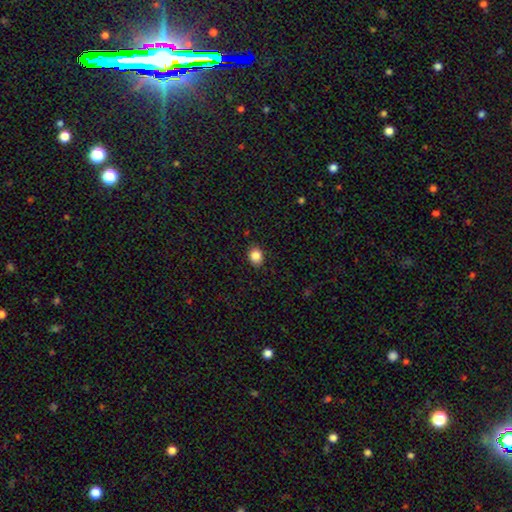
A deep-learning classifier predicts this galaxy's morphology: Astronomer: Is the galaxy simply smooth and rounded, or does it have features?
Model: smooth — 85%.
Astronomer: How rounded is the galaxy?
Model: round — 53% (runner-up: in between, 46%).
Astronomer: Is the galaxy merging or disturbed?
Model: none — 89%.